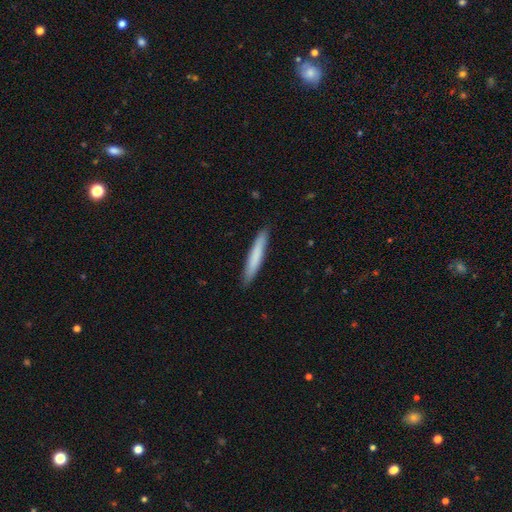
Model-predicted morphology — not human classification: smooth_or_featured: smooth (p=0.76) [alt: featured or disk p=0.19]
how_rounded: cigar-shaped (p=0.95) [alt: in between p=0.04]
merging: none (p=0.90) [alt: minor disturbance p=0.08]